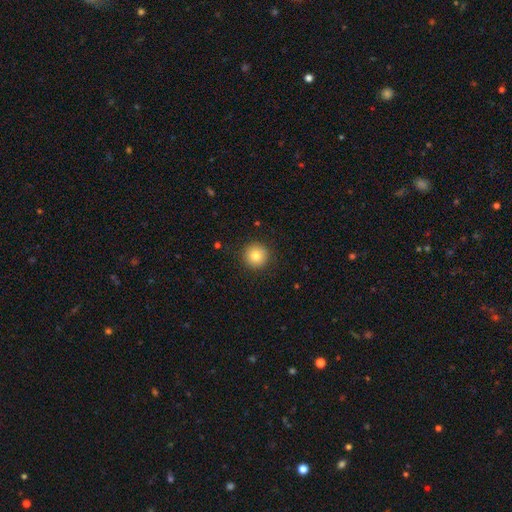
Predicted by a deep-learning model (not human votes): A smooth galaxy with no disk features (81%) that is round (95%).

Vote fractions:
- Smooth or featured? smooth: 81% / star or artifact: 10% / featured or disk: 8%
- How rounded? round: 95% / in between: 4% / cigar-shaped: 1%
- Merging? none: 90% / minor disturbance: 7% / major disturbance: 2% / merger: 1%